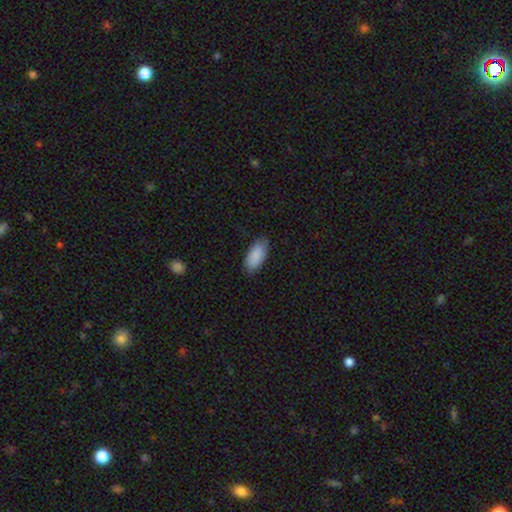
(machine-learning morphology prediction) smooth-or-featured: smooth: 89% | featured or disk: 6% | star or artifact: 6%
  how-rounded: in between: 92% | cigar-shaped: 7% | round: 2%
  merging: none: 82% | minor disturbance: 15% | major disturbance: 3% | merger: 1%